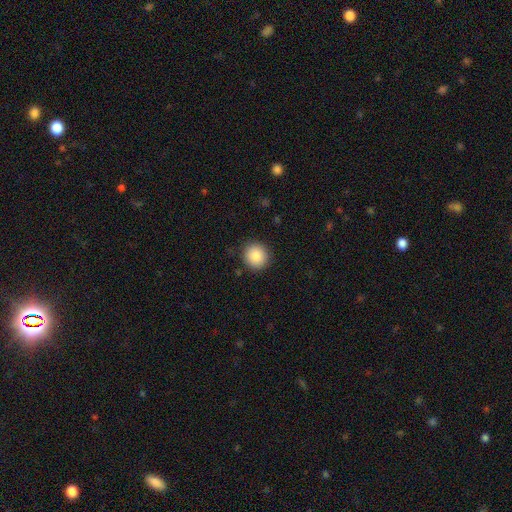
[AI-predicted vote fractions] A smooth galaxy with no disk features (87%) that is round (90%). Merging: none (89%).